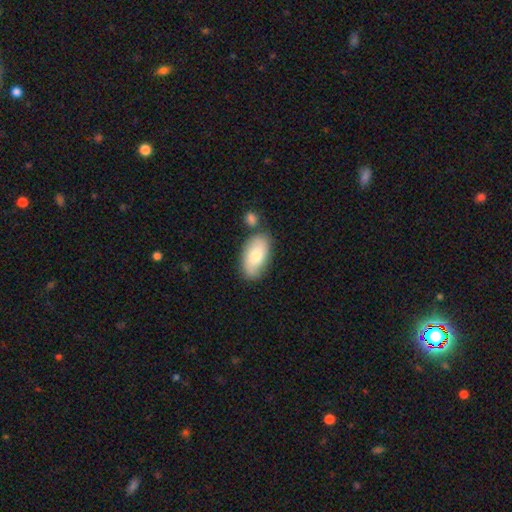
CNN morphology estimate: smooth 70%, featured or disk 24%, star or artifact 6%. Down the decision tree: how rounded — in between (94%); merging — none (69%).